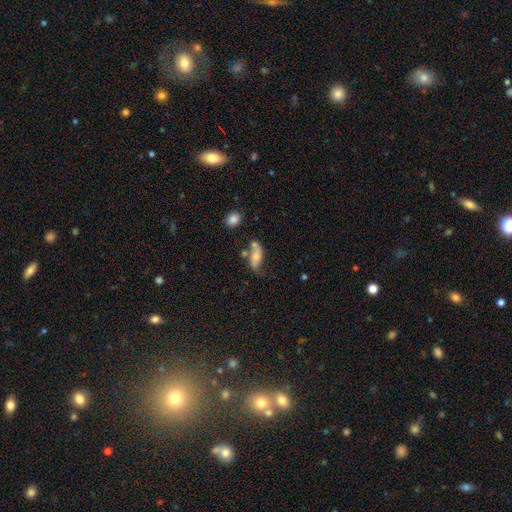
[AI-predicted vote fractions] Q: Smooth or featured?
A: smooth (47%); runner-up: featured or disk (44%)
Q: Merging?
A: none (42%); runner-up: minor disturbance (24%)